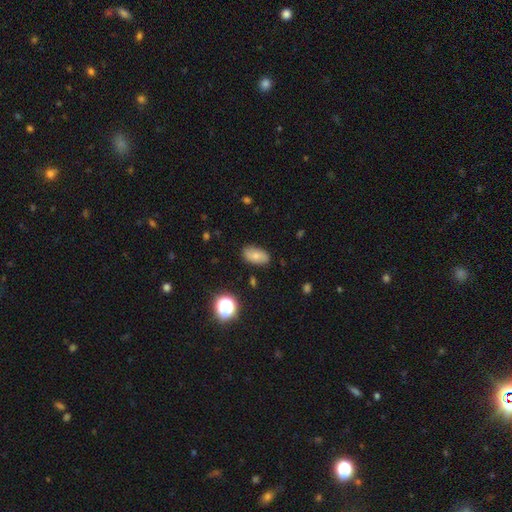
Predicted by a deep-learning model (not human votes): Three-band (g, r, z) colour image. It shows a smooth galaxy with no disk features (73%) that is in between round and cigar-shaped (90%). Merging: none (82%).